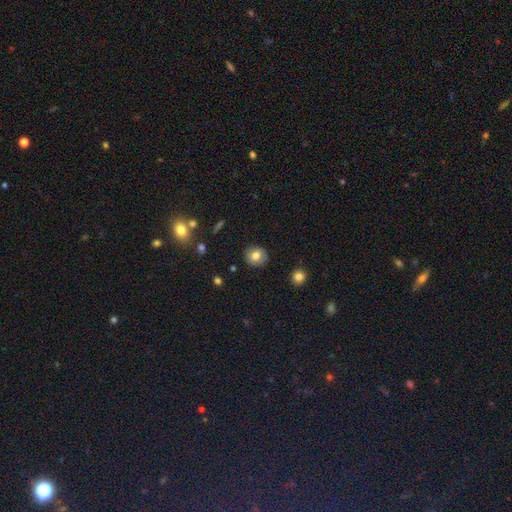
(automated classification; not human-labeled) smooth_or_featured: smooth (p=0.76) [alt: featured or disk p=0.15]
how_rounded: round (p=0.83) [alt: in between p=0.17]
merging: none (p=0.88) [alt: minor disturbance p=0.08]